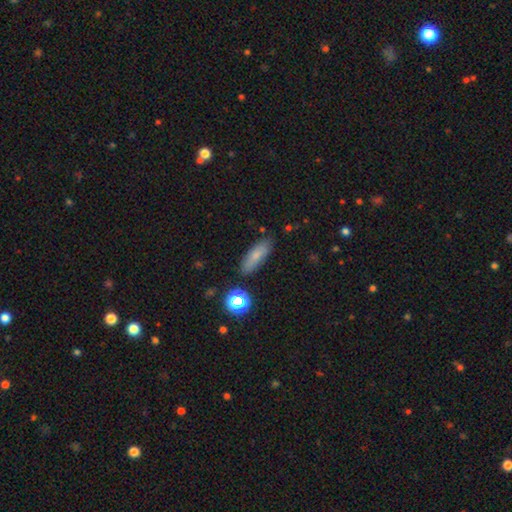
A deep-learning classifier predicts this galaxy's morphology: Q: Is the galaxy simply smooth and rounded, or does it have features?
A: smooth — 76%.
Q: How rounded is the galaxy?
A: in between — 56%.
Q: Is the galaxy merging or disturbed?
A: none — 82%.